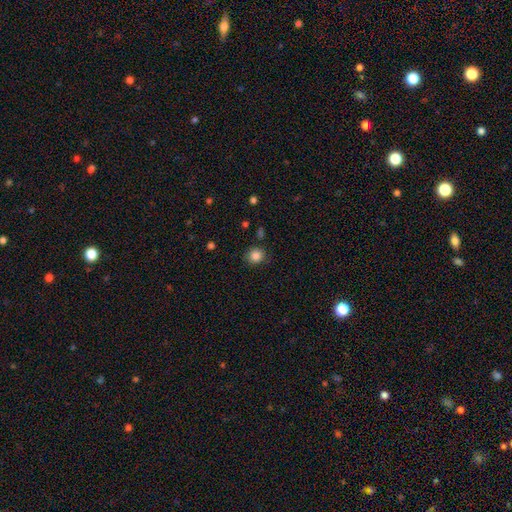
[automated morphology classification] type=smooth (86%); roundness=round (86%); merging=none (85%).